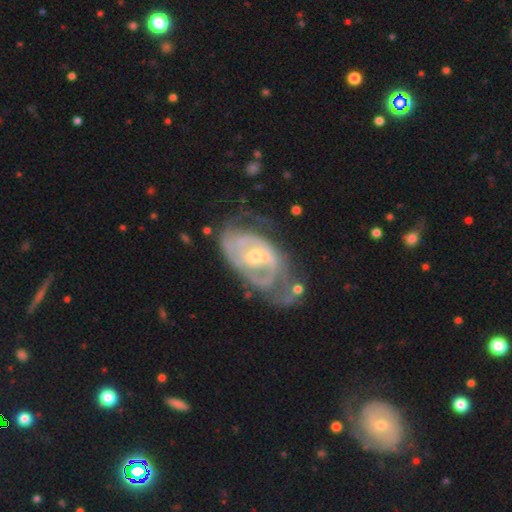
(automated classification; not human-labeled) Morphology: type=featured or disk (88%); edge-on=no (96%); bar=no (53%); spiral arms=yes (93%); winding=tight (59%); arm count=2 (47%); bulge=small (55%); merging=none (49%).